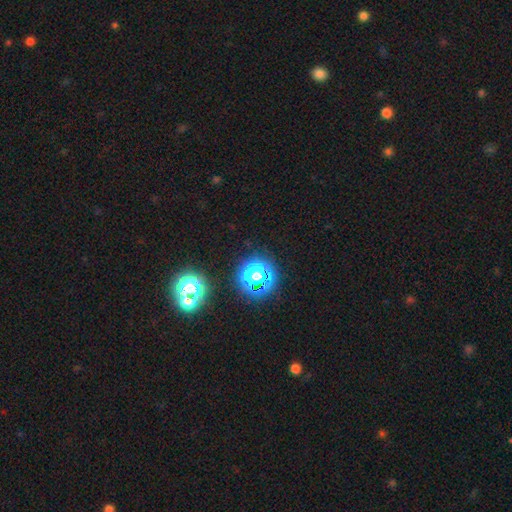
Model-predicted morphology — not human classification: Overall: star or artifact (76%).